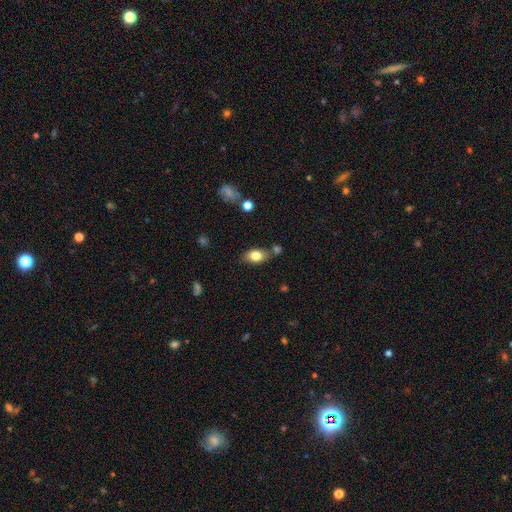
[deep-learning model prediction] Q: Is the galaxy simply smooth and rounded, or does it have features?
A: smooth — 79%.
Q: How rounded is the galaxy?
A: in between — 83%.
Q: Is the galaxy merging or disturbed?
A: none — 70%.